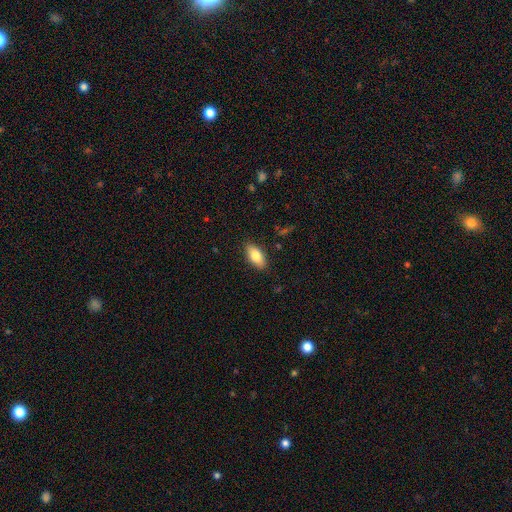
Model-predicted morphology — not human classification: smooth 80%, featured or disk 14%, star or artifact 7%. Down the decision tree: how rounded — in between (90%); merging — none (87%).